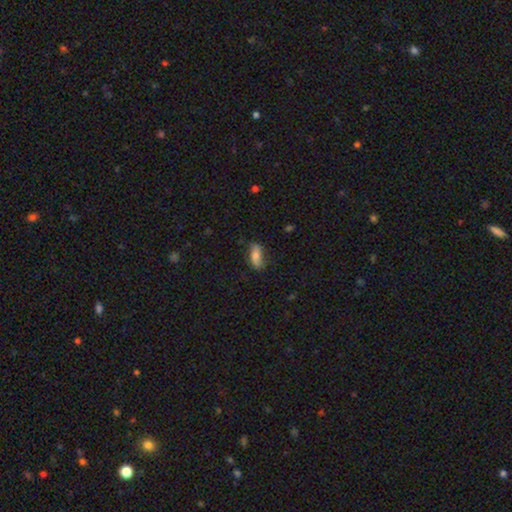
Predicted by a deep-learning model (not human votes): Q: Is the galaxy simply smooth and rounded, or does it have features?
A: smooth — 72%.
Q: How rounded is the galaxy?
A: in between — 77%.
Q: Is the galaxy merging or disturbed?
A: none — 73%.